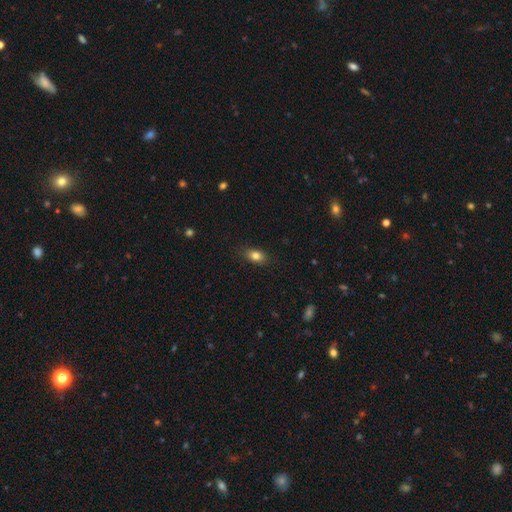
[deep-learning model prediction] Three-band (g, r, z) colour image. It shows a smooth galaxy with no disk features (82%) that is in between round and cigar-shaped (83%). Merging: none (86%).